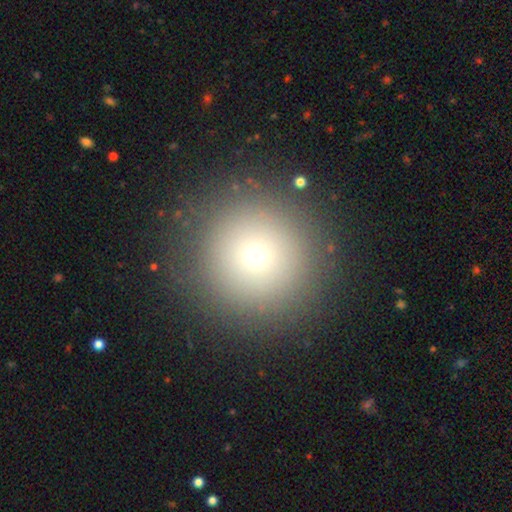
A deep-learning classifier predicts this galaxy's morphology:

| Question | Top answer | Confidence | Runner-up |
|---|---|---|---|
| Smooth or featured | smooth | 69% | star or artifact (20%) |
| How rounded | round | 96% | in between (3%) |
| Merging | none | 89% | minor disturbance (6%) |